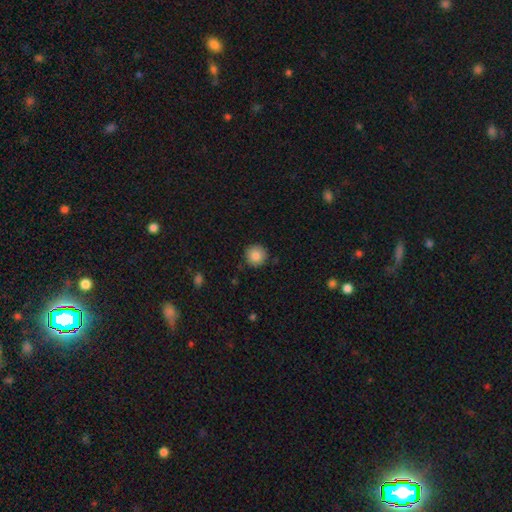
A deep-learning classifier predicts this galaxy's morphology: A smooth galaxy with no disk features (84%) that is round (95%). Merging: none (89%).